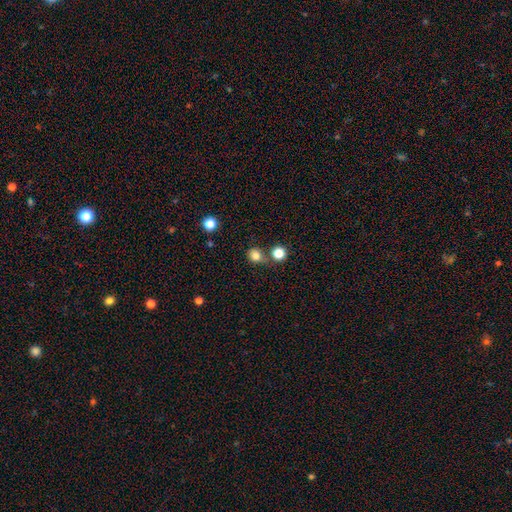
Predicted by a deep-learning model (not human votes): Overall: smooth (80%). How rounded: round (76%). Merging: none (63%).